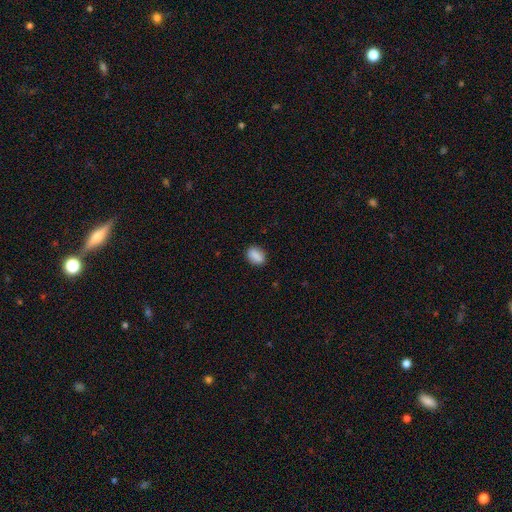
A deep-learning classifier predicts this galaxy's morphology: This is clearly a smooth galaxy (87%). How rounded: likely in between (77%). Merging: clearly none (87%).